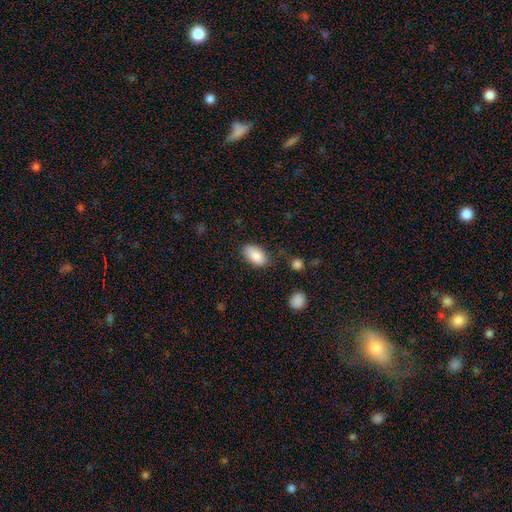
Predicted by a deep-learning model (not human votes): This appears to be a smooth galaxy with no disk features (87%) that is in between round and cigar-shaped (93%). Merging: none (76%).